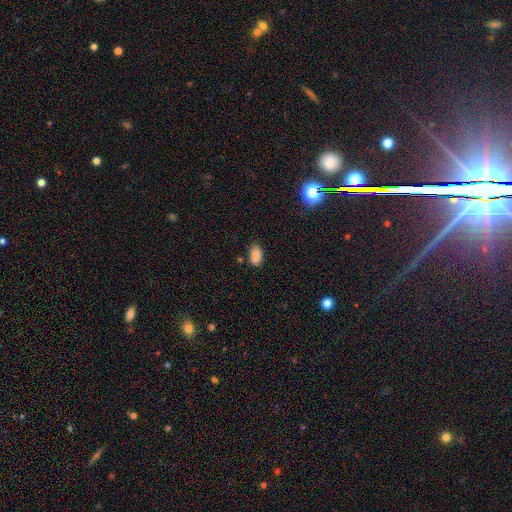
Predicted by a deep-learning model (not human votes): Overall: smooth (86%). How rounded: in between (92%). Merging: none (78%).